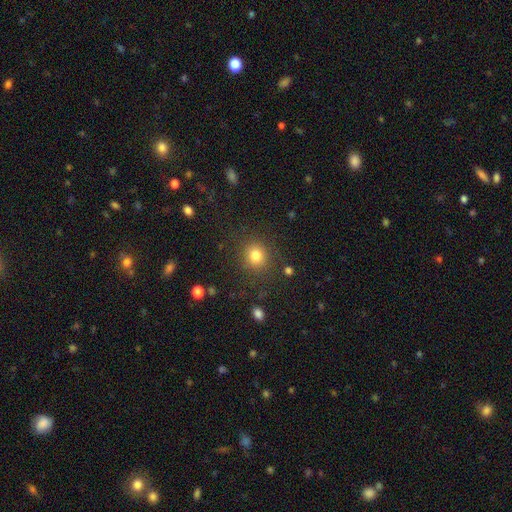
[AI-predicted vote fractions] The model was most divided on "how rounded": round: 83%, in between: 16%, cigar-shaped: 1%. More confident: merging — none (85%); smooth or featured — smooth (81%).